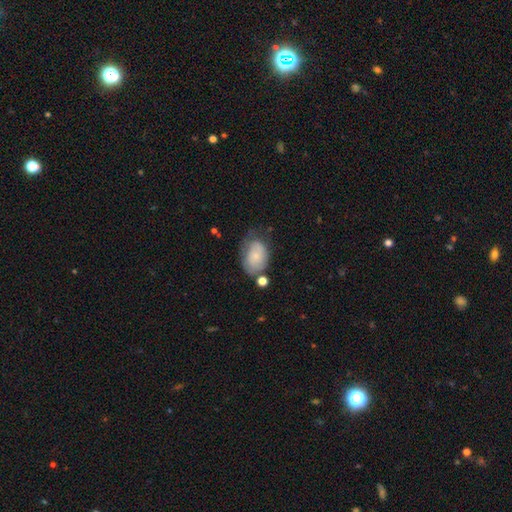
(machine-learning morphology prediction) type=smooth (67%); roundness=in between (82%); merging=none (44%).